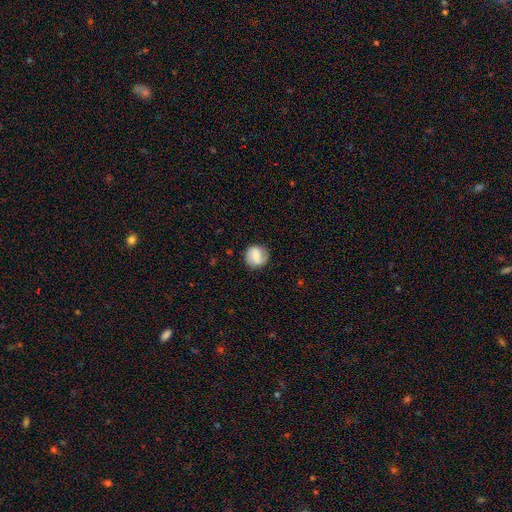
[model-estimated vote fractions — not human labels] Smooth or featured? Predicted: smooth (p=0.56). How rounded? Predicted: round (p=0.86). Merging? Predicted: none (p=0.82).